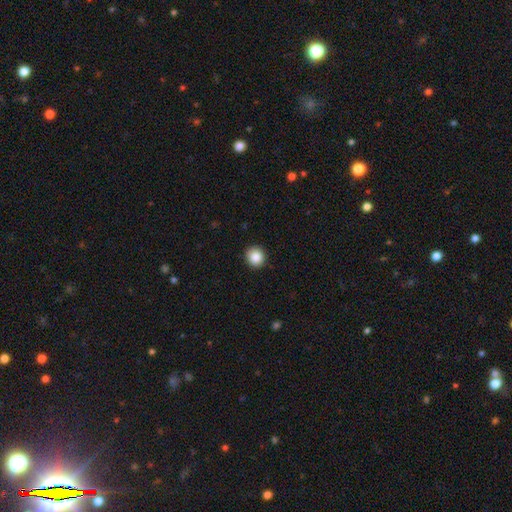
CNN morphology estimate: Q: Smooth or featured?
A: smooth (87%); runner-up: star or artifact (9%)
Q: How rounded?
A: round (89%); runner-up: in between (10%)
Q: Merging?
A: none (92%); runner-up: minor disturbance (6%)